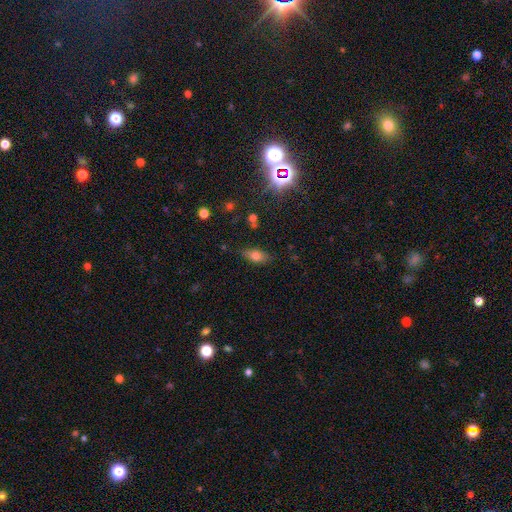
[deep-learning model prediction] smooth-or-featured: smooth: 71% | featured or disk: 17% | star or artifact: 12%
  how-rounded: in between: 83% | cigar-shaped: 11% | round: 6%
  merging: none: 77% | minor disturbance: 17% | major disturbance: 4% | merger: 2%